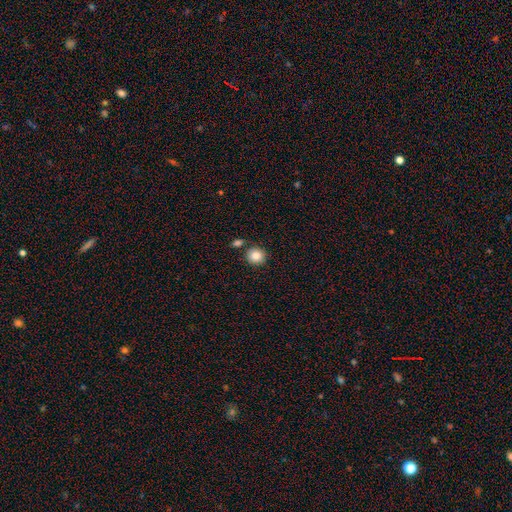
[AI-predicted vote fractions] This is clearly a smooth galaxy (85%). How rounded: clearly round (89%). Merging: likely none (78%).